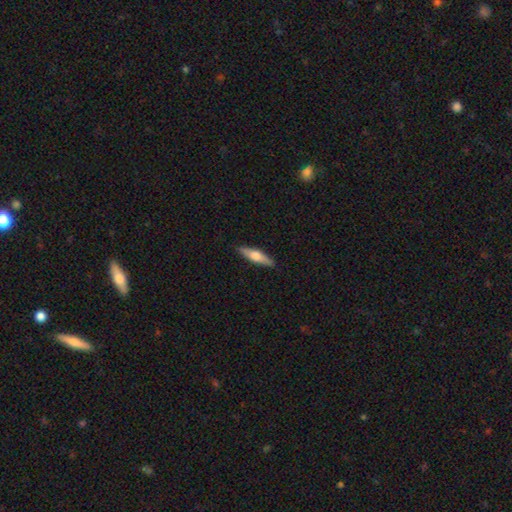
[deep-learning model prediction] Q: Smooth or featured?
A: featured or disk (49%); runner-up: smooth (46%)
Q: Merging?
A: none (90%); runner-up: minor disturbance (8%)